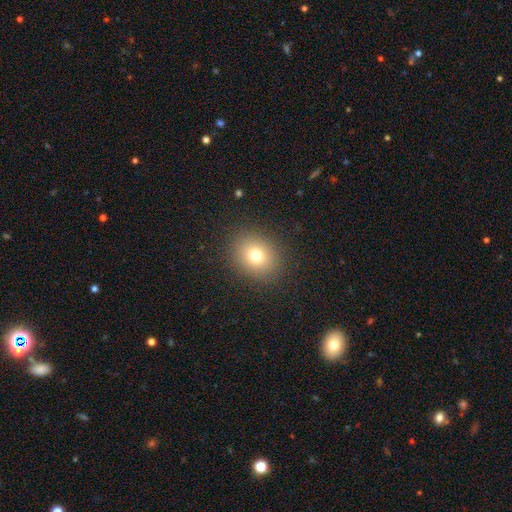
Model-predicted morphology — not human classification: Smooth or featured? Predicted: smooth (p=0.75). How rounded? Predicted: round (p=0.63). Merging? Predicted: none (p=0.88).